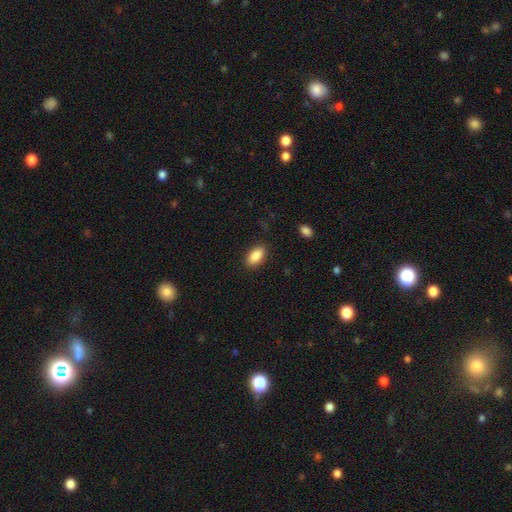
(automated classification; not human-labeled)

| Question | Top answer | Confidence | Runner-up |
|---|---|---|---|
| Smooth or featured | smooth | 88% | star or artifact (7%) |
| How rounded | in between | 91% | cigar-shaped (5%) |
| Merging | none | 87% | minor disturbance (9%) |